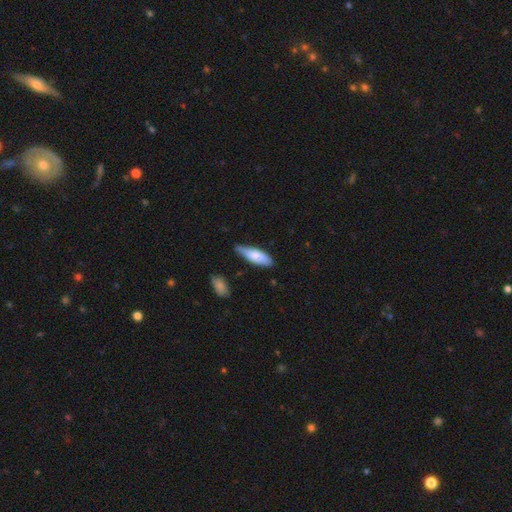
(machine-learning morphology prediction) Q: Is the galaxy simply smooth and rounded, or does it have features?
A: smooth — 76%.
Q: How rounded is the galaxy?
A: in between — 59%.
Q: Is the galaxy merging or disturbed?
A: none — 61%.